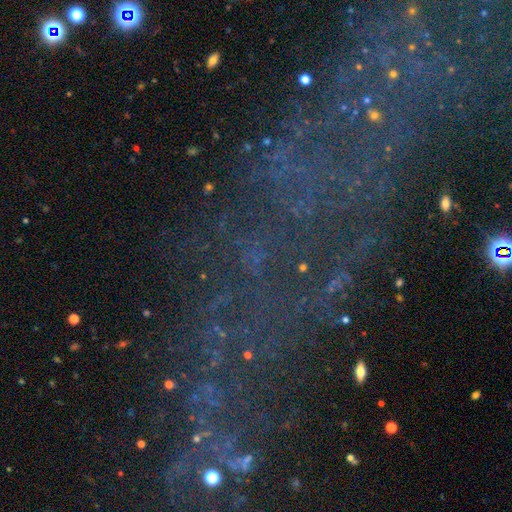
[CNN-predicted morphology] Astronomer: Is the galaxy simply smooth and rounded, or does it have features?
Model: star or artifact — 61%.